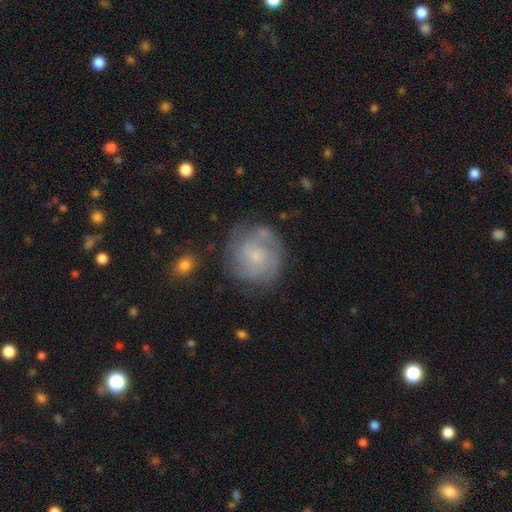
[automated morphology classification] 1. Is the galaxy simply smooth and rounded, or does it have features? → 62% featured or disk, 30% smooth, 8% star or artifact.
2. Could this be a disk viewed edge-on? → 98% no, 2% yes.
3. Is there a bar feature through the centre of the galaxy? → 74% no, 23% weak, 3% strong.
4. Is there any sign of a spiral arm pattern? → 79% yes, 21% no.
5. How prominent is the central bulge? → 65% small, 25% moderate, 7% none, 2% large, 1% dominant.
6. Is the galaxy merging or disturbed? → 68% none, 19% minor disturbance, 9% major disturbance, 4% merger.